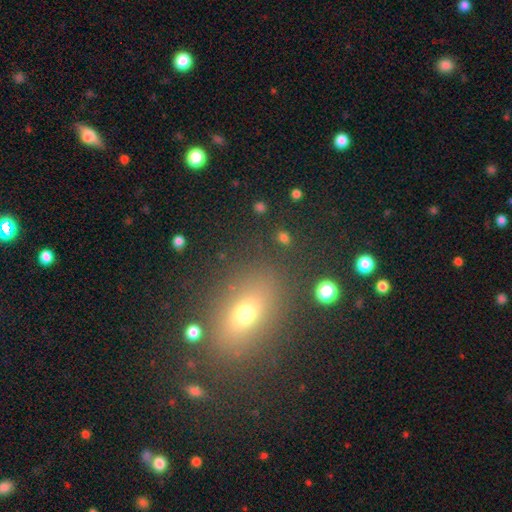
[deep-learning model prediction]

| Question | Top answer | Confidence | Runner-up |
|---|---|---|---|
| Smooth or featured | smooth | 61% | star or artifact (23%) |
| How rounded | in between | 73% | round (20%) |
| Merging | none | 82% | minor disturbance (10%) |